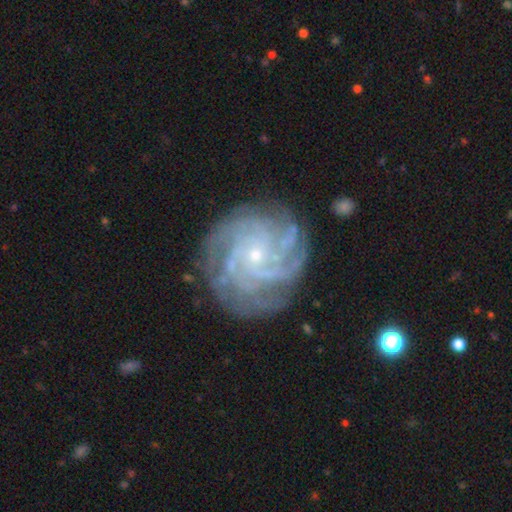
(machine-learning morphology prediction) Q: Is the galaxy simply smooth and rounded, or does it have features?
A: featured or disk — 88%.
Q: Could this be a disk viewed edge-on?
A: no — 98%.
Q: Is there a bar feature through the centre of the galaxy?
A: no — 76%.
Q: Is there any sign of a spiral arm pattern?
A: yes — 97%.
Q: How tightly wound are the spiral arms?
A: tight — 72%.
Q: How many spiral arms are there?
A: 4 — 29%.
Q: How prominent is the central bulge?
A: small — 80%.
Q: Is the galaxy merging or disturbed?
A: none — 80%.